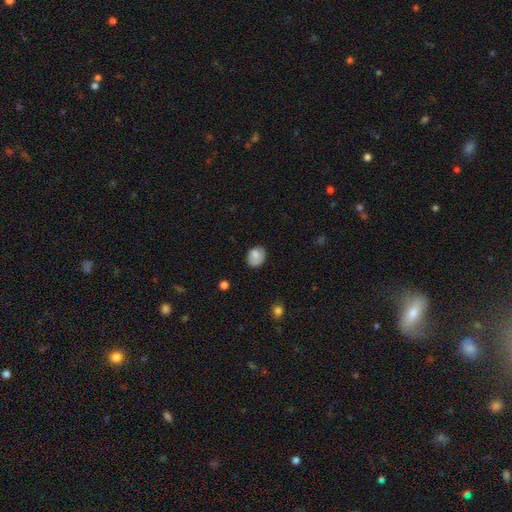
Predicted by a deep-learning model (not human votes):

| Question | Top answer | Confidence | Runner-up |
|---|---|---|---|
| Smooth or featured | smooth | 79% | featured or disk (12%) |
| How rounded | round | 54% | in between (45%) |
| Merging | none | 74% | minor disturbance (20%) |